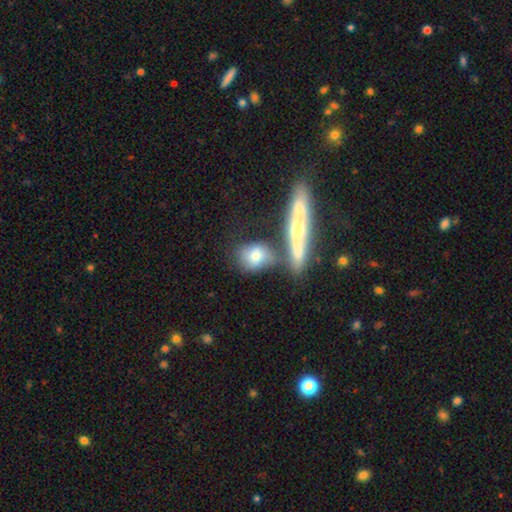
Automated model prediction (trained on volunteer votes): Smooth or featured? smooth (67%)
How rounded? in between (51%)
Merging? none (49%)